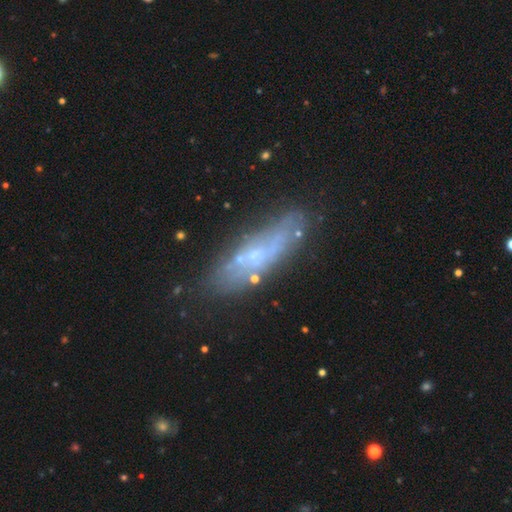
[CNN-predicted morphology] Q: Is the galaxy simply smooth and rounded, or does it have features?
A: featured or disk — 51%.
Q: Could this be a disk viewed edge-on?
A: no — 62%.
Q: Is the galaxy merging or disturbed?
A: none — 62%.